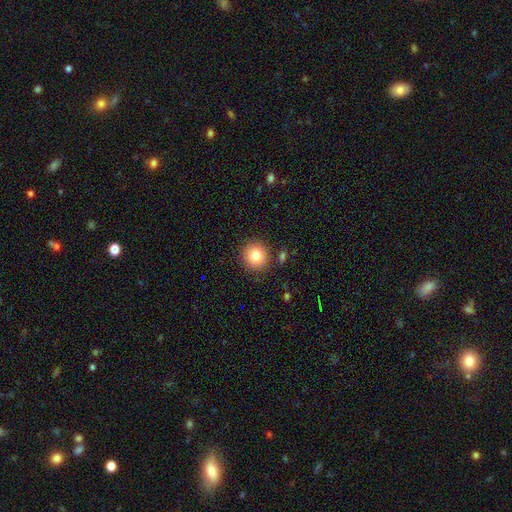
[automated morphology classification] smooth_or_featured: smooth (p=0.82) [alt: star or artifact p=0.10]
how_rounded: round (p=0.91) [alt: in between p=0.08]
merging: none (p=0.87) [alt: minor disturbance p=0.07]